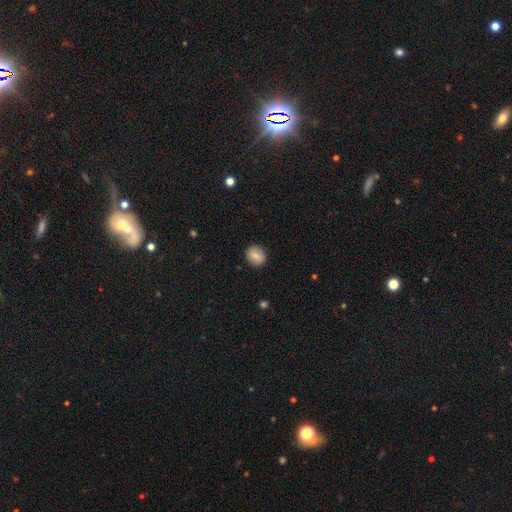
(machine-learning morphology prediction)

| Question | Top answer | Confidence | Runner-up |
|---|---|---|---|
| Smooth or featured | smooth | 74% | featured or disk (19%) |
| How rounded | round | 70% | in between (28%) |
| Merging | none | 88% | minor disturbance (9%) |